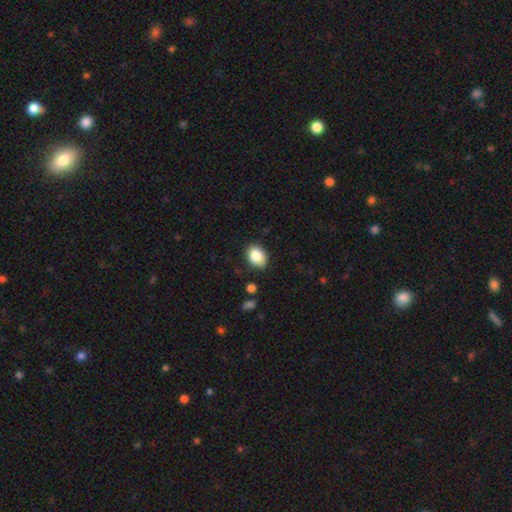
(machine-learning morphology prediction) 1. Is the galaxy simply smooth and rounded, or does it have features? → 85% smooth, 8% star or artifact, 7% featured or disk.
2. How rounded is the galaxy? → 75% in between, 24% round, 1% cigar-shaped.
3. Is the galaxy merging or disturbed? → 82% none, 13% minor disturbance, 3% major disturbance, 2% merger.